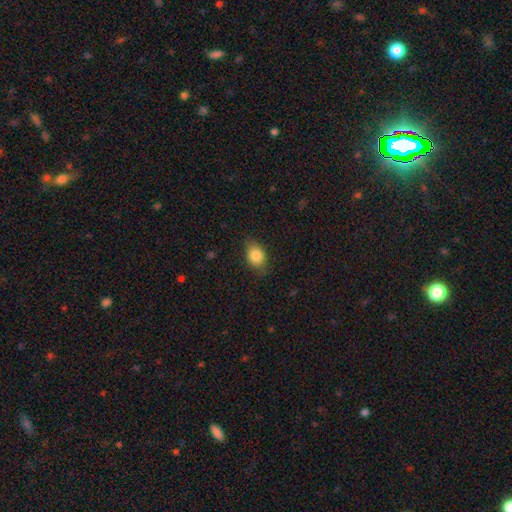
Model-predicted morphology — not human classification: Overall: smooth (84%). How rounded: in between (71%). Merging: none (77%).